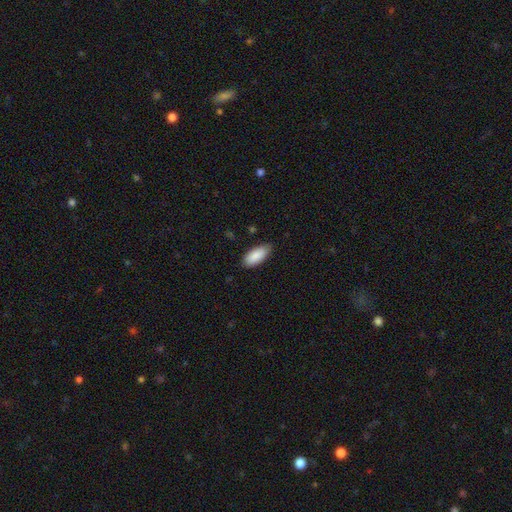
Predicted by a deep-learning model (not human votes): smooth_or_featured: smooth (p=0.89) [alt: star or artifact p=0.06]
how_rounded: in between (p=0.88) [alt: cigar-shaped p=0.10]
merging: none (p=0.79) [alt: minor disturbance p=0.17]